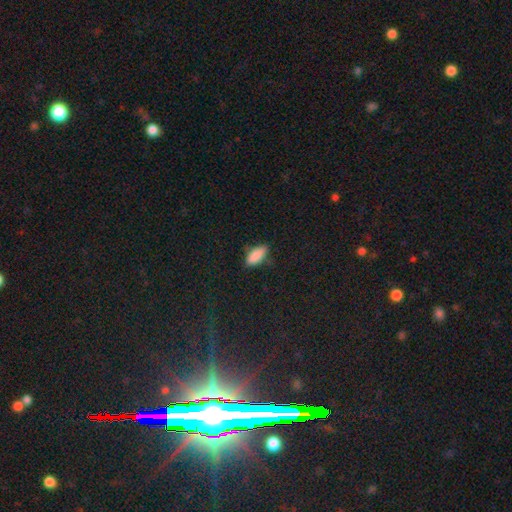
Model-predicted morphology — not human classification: type=smooth (86%); roundness=in between (81%); merging=none (75%).